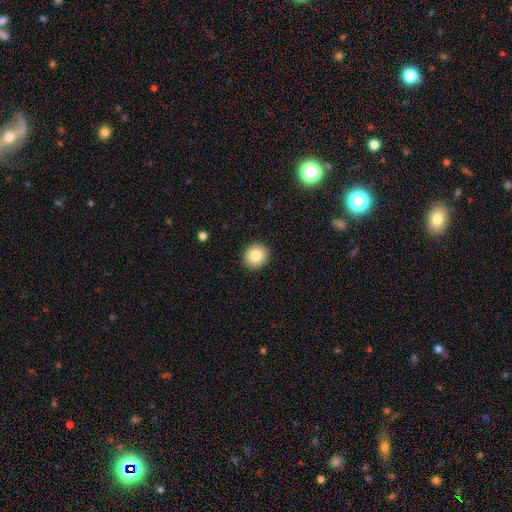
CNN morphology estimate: Smooth or featured: smooth — 82% (star or artifact — 9%)
How rounded: round — 88% (in between — 11%)
Merging: none — 92% (minor disturbance — 5%)